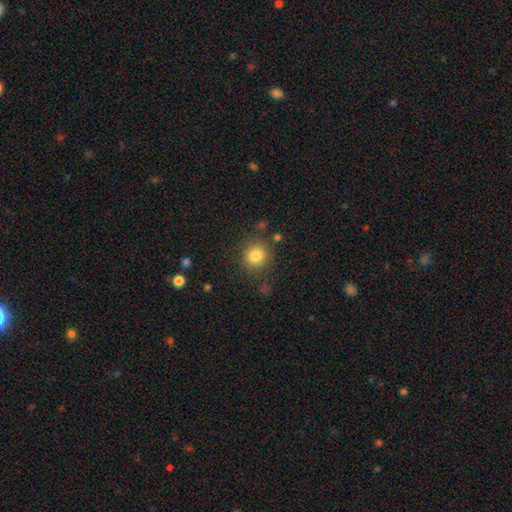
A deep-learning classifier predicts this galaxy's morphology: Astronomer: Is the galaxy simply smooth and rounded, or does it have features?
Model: smooth — 83%.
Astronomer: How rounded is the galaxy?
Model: round — 87%.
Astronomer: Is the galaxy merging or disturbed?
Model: none — 81%.